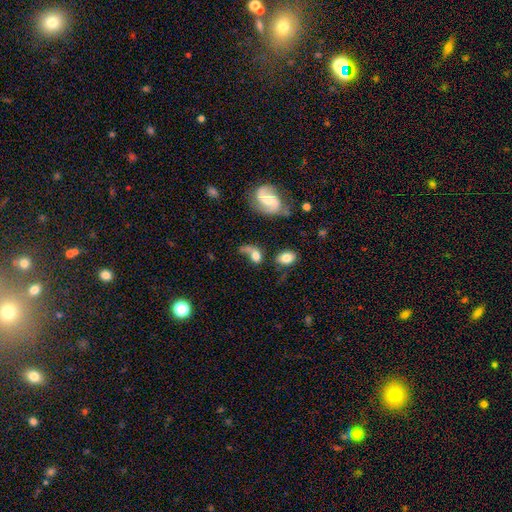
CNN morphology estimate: A smooth galaxy with no disk features (60%) that is in between round and cigar-shaped (63%).

Vote fractions:
- Smooth or featured? smooth: 60% / featured or disk: 29% / star or artifact: 11%
- How rounded? in between: 63% / round: 34% / cigar-shaped: 3%
- Merging? none: 30% / major disturbance: 27% / merger: 24% / minor disturbance: 19%